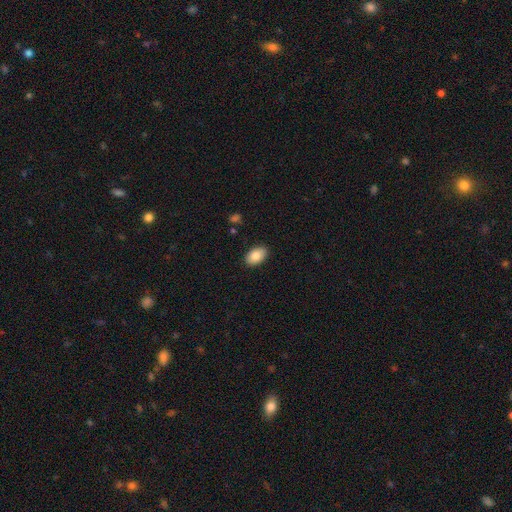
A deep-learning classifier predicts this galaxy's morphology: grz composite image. It shows a smooth galaxy with no disk features (85%) that is in between round and cigar-shaped (92%). Merging: none (89%).